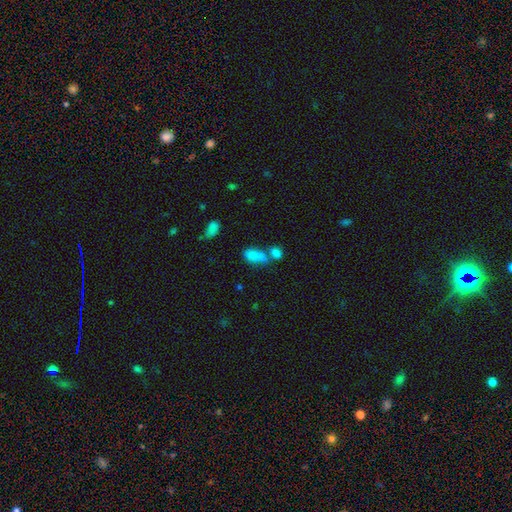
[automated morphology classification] The model was most divided on "merging": merger: 43%, none: 37%, minor disturbance: 13%, major disturbance: 7%. More confident: smooth or featured — smooth (81%); how rounded — in between (80%).